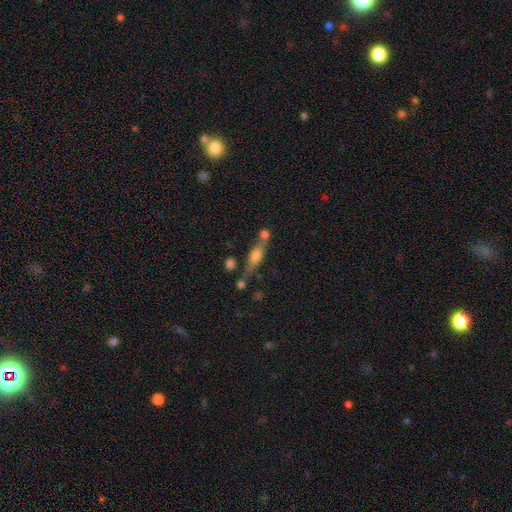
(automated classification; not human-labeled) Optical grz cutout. It shows a smooth galaxy with no disk features (48%). Merging: none (50%).